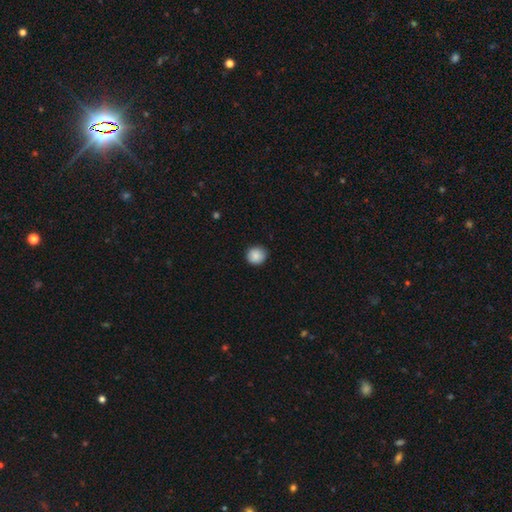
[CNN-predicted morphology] Smooth or featured? smooth (88%)
How rounded? round (86%)
Merging? none (86%)